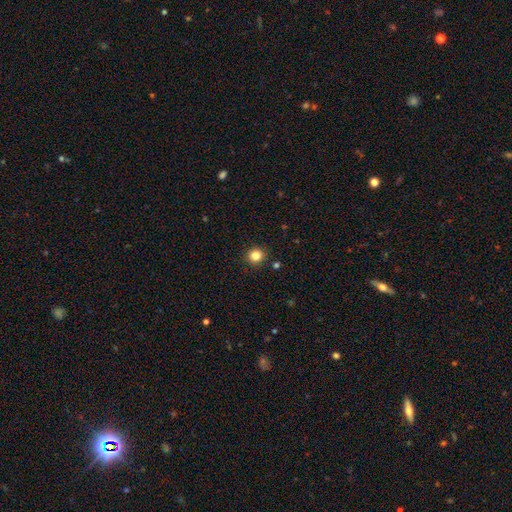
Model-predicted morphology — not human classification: Smooth or featured? Predicted: smooth (p=0.83). How rounded? Predicted: round (p=0.90). Merging? Predicted: none (p=0.91).